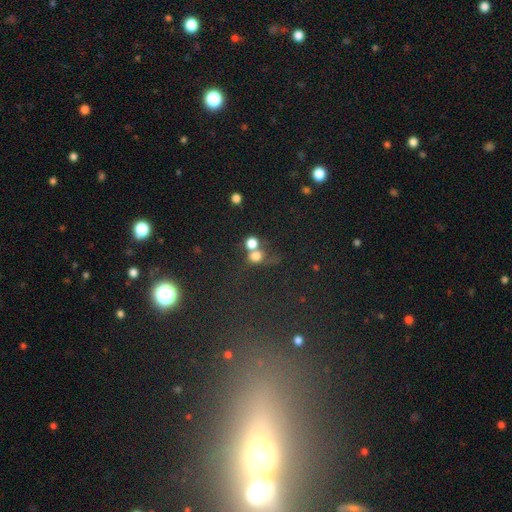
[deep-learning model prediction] Q: Smooth or featured?
A: smooth (71%); runner-up: star or artifact (18%)
Q: How rounded?
A: round (79%); runner-up: in between (19%)
Q: Merging?
A: merger (47%); runner-up: none (39%)